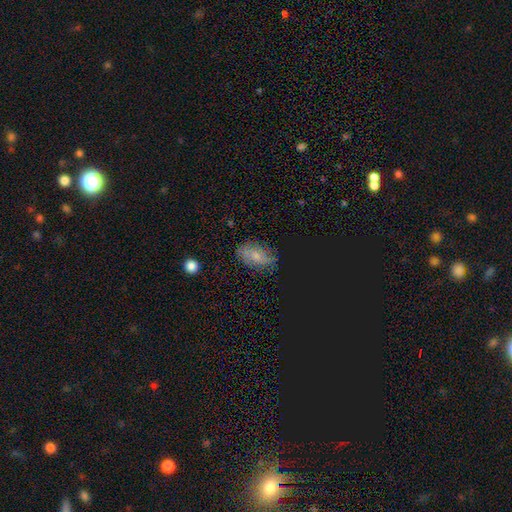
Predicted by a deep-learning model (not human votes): smooth_or_featured: smooth (p=0.48) [alt: featured or disk p=0.35]
merging: none (p=0.72) [alt: minor disturbance p=0.20]